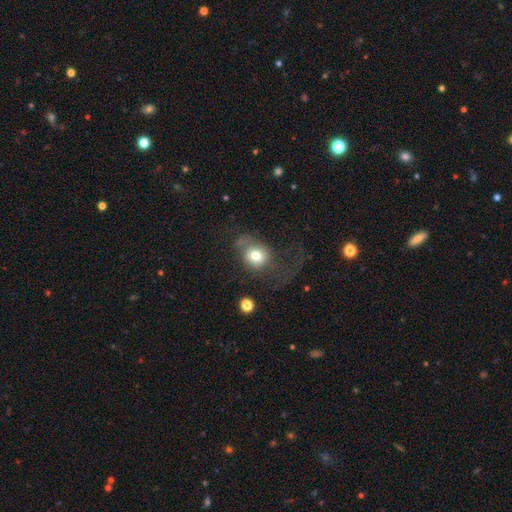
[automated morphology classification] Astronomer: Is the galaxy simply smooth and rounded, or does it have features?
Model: smooth — 68%.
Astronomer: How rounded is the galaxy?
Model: round — 76%.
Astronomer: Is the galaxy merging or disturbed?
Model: major disturbance — 49% (runner-up: none, 30%).